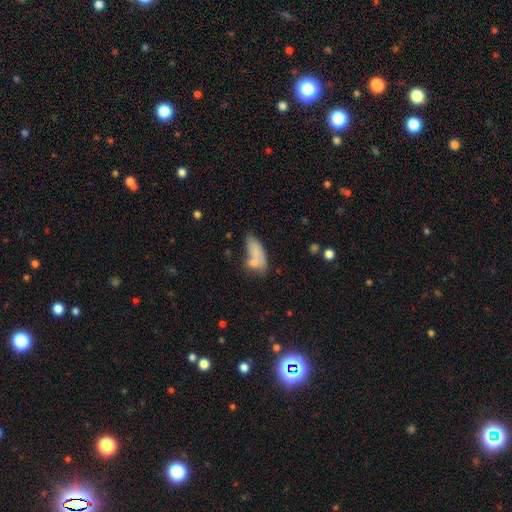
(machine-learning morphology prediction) A smooth galaxy with no disk features (72%) that is in between round and cigar-shaped (78%).

Vote fractions:
- Smooth or featured? smooth: 72% / featured or disk: 20% / star or artifact: 8%
- How rounded? in between: 78% / cigar-shaped: 15% / round: 7%
- Merging? none: 37% / merger: 36% / minor disturbance: 18% / major disturbance: 9%